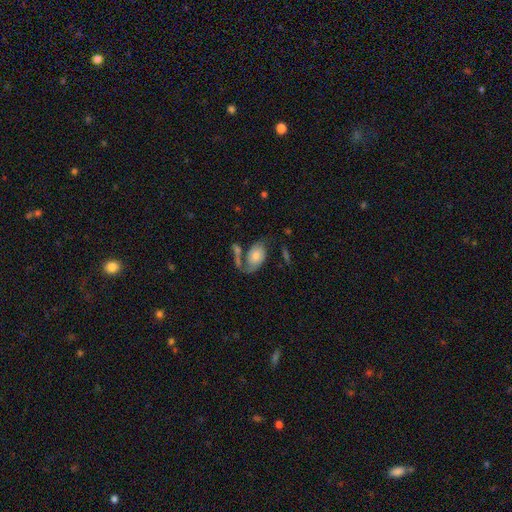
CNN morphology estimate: Smooth or featured? featured or disk (53%)
Edge-on disk? no (95%)
Merging? none (36%)